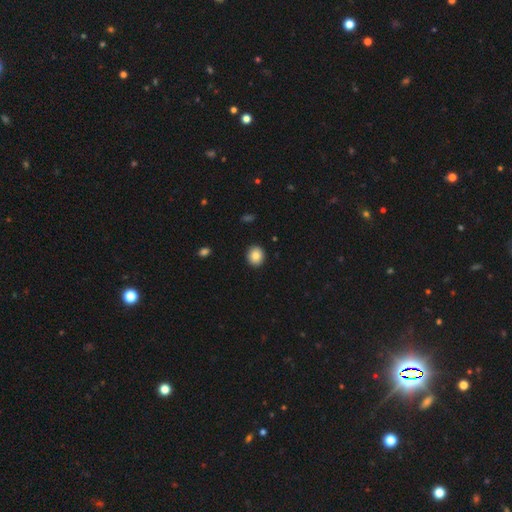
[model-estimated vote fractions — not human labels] smooth_or_featured: smooth (p=0.85) [alt: star or artifact p=0.09]
how_rounded: round (p=0.85) [alt: in between p=0.14]
merging: none (p=0.92) [alt: minor disturbance p=0.06]